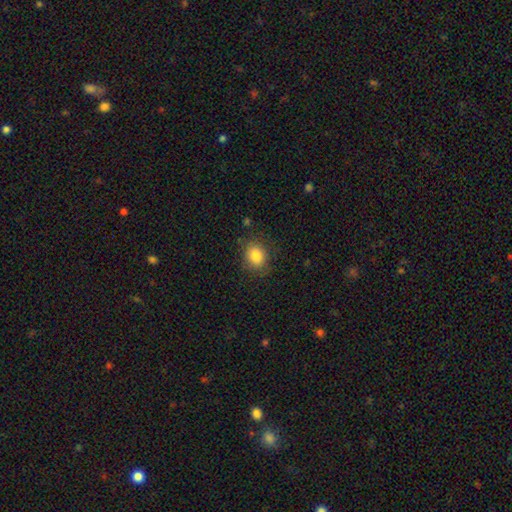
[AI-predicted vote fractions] Smooth or featured?
  - smooth: 83% *
  - star or artifact: 10%
  - featured or disk: 7%
How rounded?
  - round: 53% *
  - in between: 47%
  - cigar-shaped: 1%
Merging?
  - none: 81% *
  - minor disturbance: 13%
  - major disturbance: 4%
  - merger: 1%